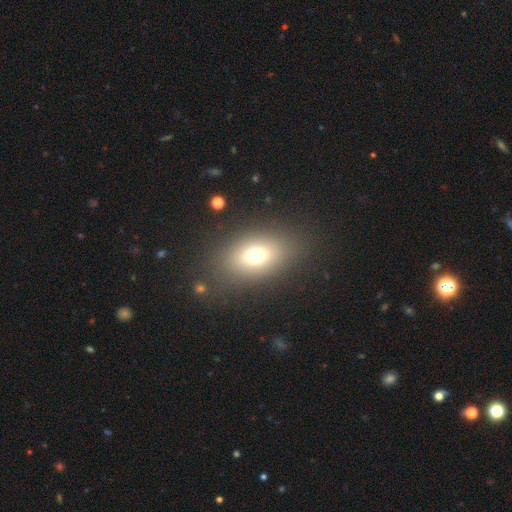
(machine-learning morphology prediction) type=smooth (70%); roundness=in between (76%); merging=none (81%).